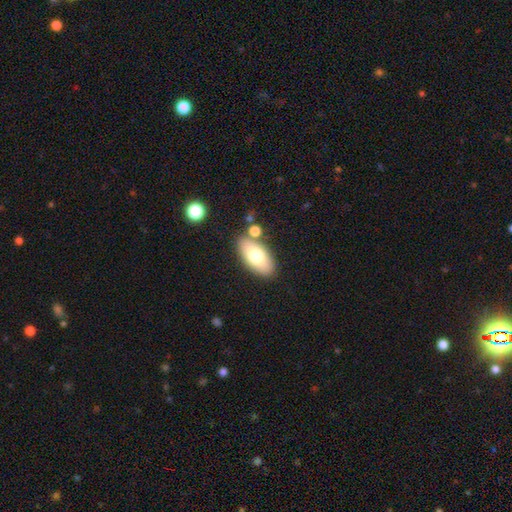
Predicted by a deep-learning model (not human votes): Overall: smooth (71%). How rounded: in between (91%). Merging: none (77%).